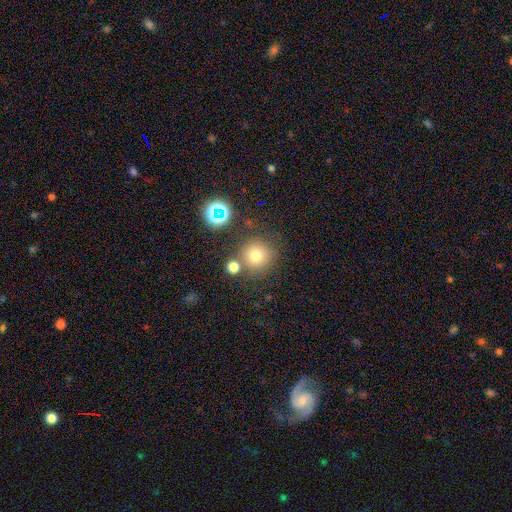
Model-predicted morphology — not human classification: smooth-or-featured: smooth: 72% | star or artifact: 18% | featured or disk: 9%
  how-rounded: round: 94% | in between: 5% | cigar-shaped: 1%
  merging: none: 75% | merger: 11% | minor disturbance: 10% | major disturbance: 4%